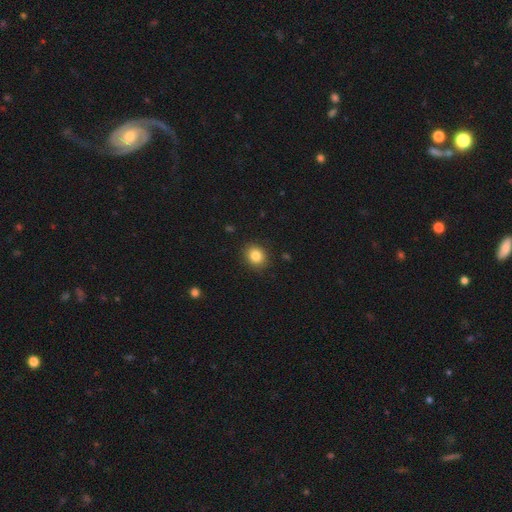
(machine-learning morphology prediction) Smooth or featured? Predicted: smooth (p=0.84). How rounded? Predicted: round (p=0.71). Merging? Predicted: none (p=0.90).